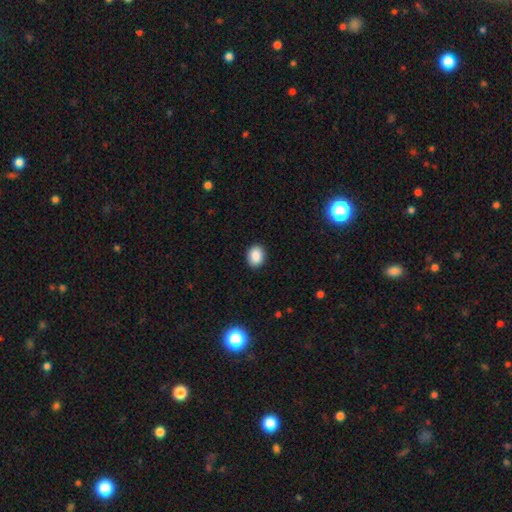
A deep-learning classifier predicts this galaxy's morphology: Smooth or featured? Predicted: smooth (p=0.88). How rounded? Predicted: in between (p=0.54). Merging? Predicted: none (p=0.90).